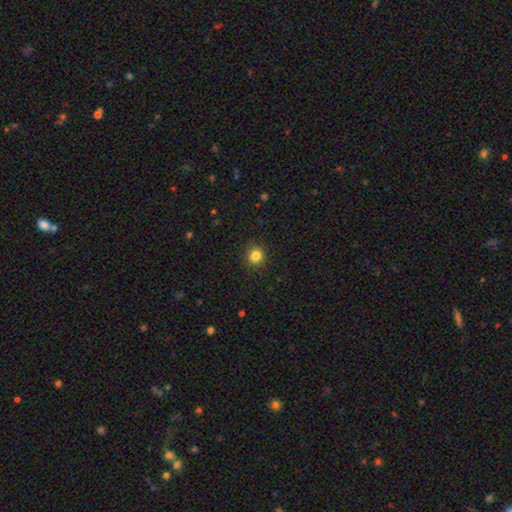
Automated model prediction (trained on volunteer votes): A smooth galaxy with no disk features (84%) that is round (90%).

Vote fractions:
- Smooth or featured? smooth: 84% / star or artifact: 12% / featured or disk: 4%
- How rounded? round: 90% / in between: 9% / cigar-shaped: 1%
- Merging? none: 91% / minor disturbance: 6% / major disturbance: 2% / merger: 1%